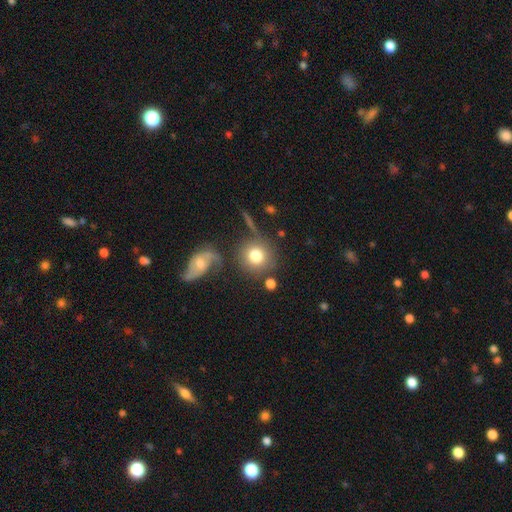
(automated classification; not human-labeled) A smooth galaxy with no disk features (77%) that is round (89%). Merging: none (67%).